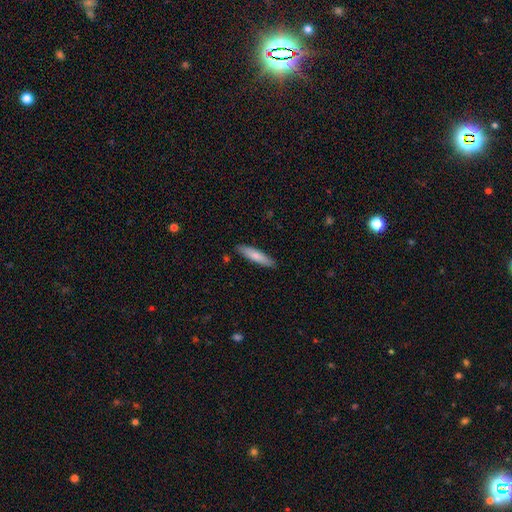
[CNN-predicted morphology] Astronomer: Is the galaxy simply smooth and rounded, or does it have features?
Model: smooth — 77%.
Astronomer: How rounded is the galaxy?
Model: cigar-shaped — 81%.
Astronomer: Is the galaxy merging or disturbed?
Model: none — 88%.